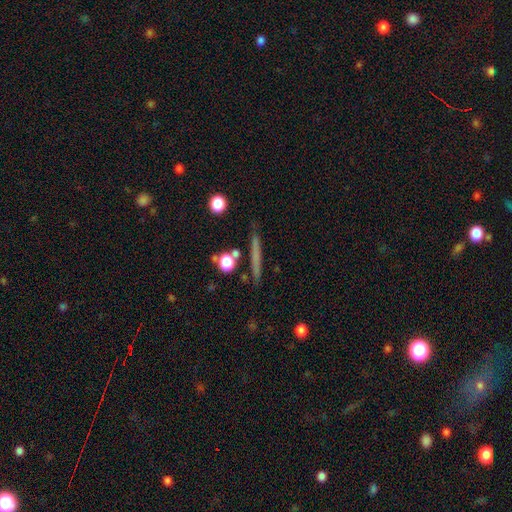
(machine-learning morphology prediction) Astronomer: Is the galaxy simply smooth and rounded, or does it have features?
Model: smooth — 55% (runner-up: featured or disk, 35%).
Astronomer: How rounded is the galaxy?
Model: cigar-shaped — 89%.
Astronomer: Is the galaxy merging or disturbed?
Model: none — 87%.